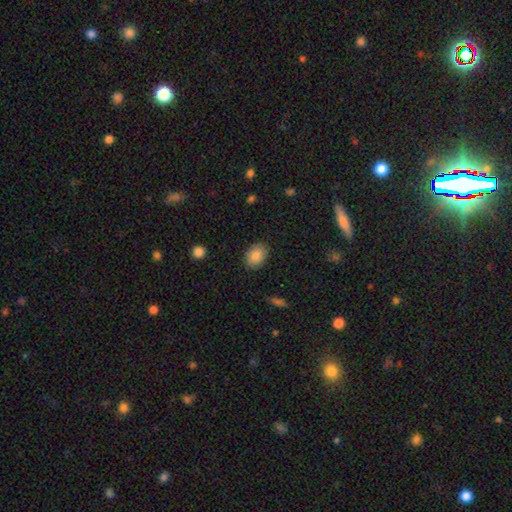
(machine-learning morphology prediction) Smooth or featured? Predicted: smooth (p=0.85). How rounded? Predicted: in between (p=0.72). Merging? Predicted: none (p=0.87).